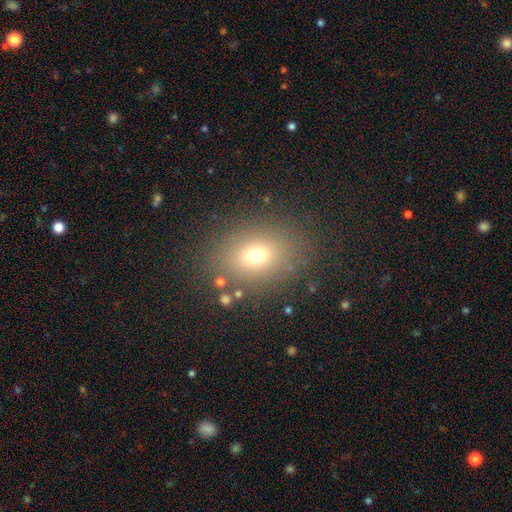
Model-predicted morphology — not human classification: The model was most divided on "how rounded": in between: 58%, round: 41%, cigar-shaped: 1%. More confident: merging — none (83%); smooth or featured — smooth (70%).